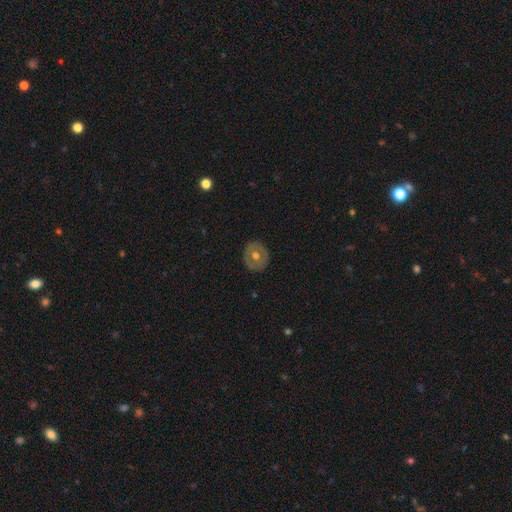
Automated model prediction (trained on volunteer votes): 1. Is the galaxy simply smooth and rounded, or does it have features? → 48% featured or disk, 45% smooth, 6% star or artifact.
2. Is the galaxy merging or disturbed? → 86% none, 10% minor disturbance, 3% major disturbance, 1% merger.